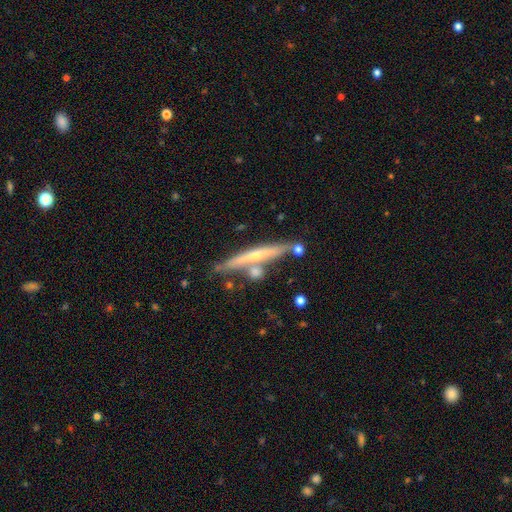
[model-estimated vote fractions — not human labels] Smooth or featured?
  - featured or disk: 65% *
  - smooth: 28%
  - star or artifact: 7%
Edge-on disk?
  - yes: 95% *
  - no: 5%
Edge-on bulge?
  - rounded: 65% *
  - none: 31%
  - boxy: 4%
Merging?
  - none: 72% *
  - minor disturbance: 13%
  - merger: 12%
  - major disturbance: 3%